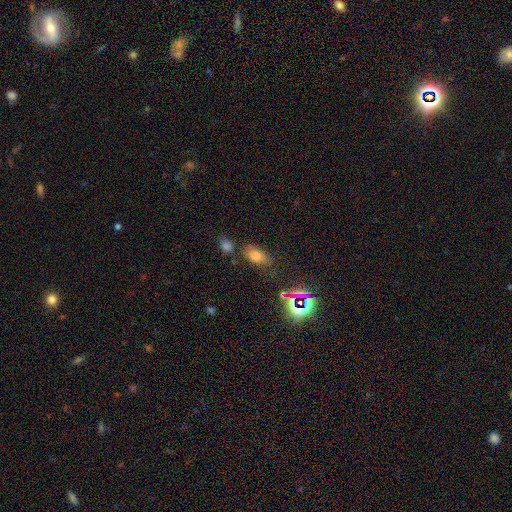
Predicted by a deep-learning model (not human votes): This appears to be a smooth galaxy with no disk features (63%) that is in between round and cigar-shaped (83%). Merging: none (61%).